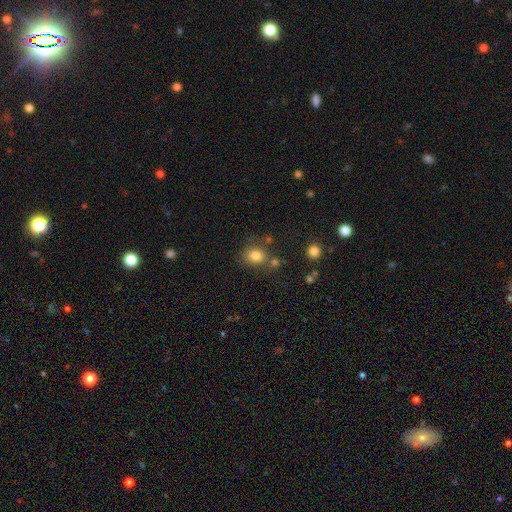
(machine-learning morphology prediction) Q: Smooth or featured?
A: smooth (80%); runner-up: star or artifact (12%)
Q: How rounded?
A: round (66%); runner-up: in between (33%)
Q: Merging?
A: none (68%); runner-up: minor disturbance (14%)